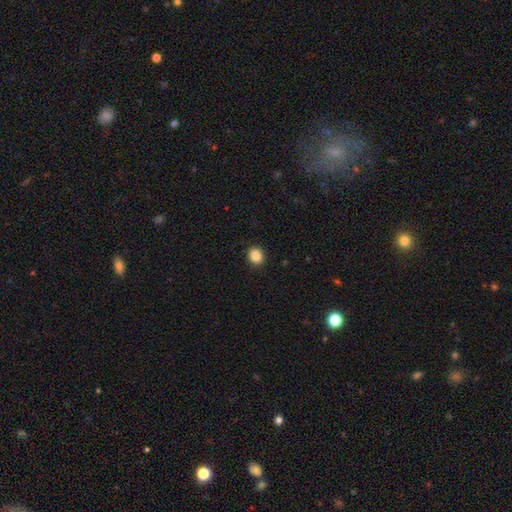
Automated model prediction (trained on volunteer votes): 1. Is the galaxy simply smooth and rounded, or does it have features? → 88% smooth, 9% star or artifact, 3% featured or disk.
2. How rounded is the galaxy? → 71% round, 28% in between, 1% cigar-shaped.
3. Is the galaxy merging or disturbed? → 91% none, 6% minor disturbance, 2% major disturbance, 1% merger.